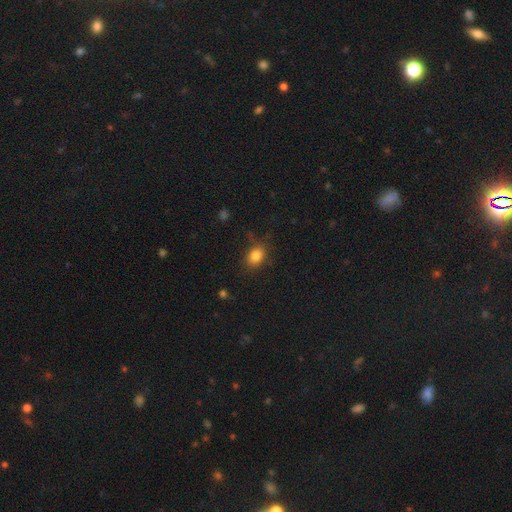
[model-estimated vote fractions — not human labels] This appears to be a smooth galaxy with no disk features (83%) that is in between round and cigar-shaped (62%). Merging: none (77%).